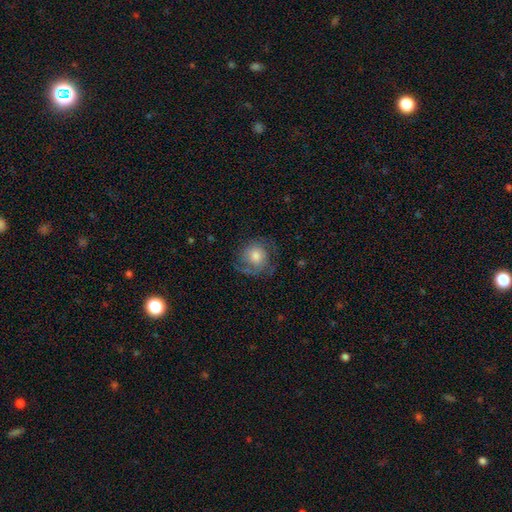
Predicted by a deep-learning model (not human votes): Smooth or featured?
  - featured or disk: 47% *
  - smooth: 45%
  - star or artifact: 9%
Merging?
  - none: 66% *
  - minor disturbance: 20%
  - major disturbance: 14%
  - merger: 1%